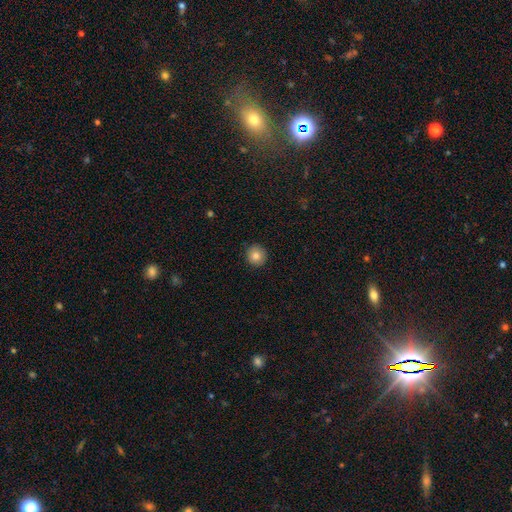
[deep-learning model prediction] Smooth or featured? smooth (84%)
How rounded? round (94%)
Merging? none (92%)